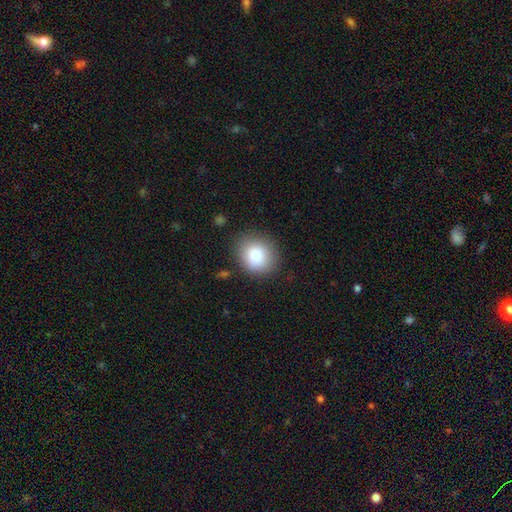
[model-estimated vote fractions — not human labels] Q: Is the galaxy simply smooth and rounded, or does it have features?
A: smooth — 82%.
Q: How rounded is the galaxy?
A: round — 78%.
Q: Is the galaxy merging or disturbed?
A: none — 85%.